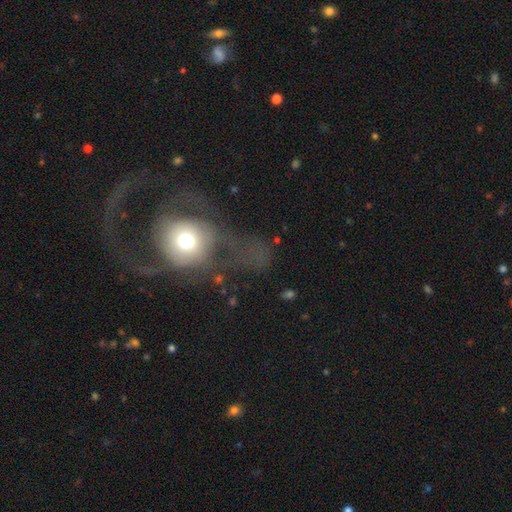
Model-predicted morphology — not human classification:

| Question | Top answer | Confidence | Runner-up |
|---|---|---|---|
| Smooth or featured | smooth | 46% | featured or disk (35%) |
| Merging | major disturbance | 52% | none (28%) |